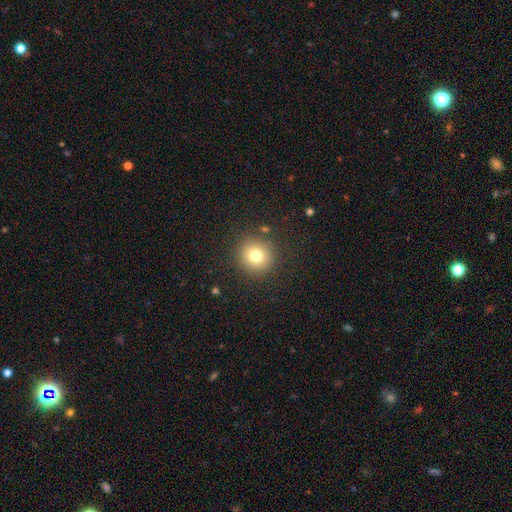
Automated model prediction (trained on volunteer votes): Q: Smooth or featured?
A: smooth (77%); runner-up: star or artifact (13%)
Q: How rounded?
A: round (92%); runner-up: in between (7%)
Q: Merging?
A: none (88%); runner-up: minor disturbance (7%)